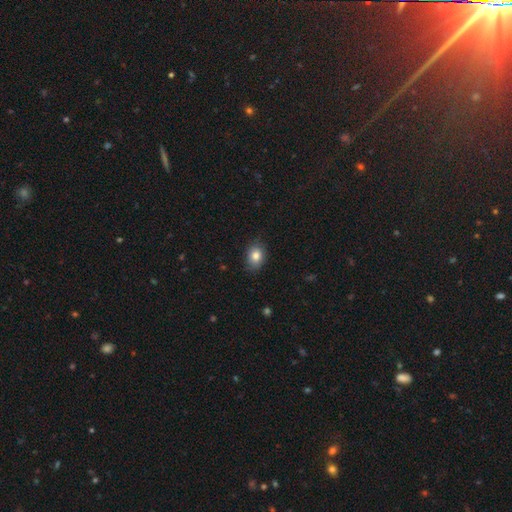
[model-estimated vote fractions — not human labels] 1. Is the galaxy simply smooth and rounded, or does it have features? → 82% smooth, 9% star or artifact, 9% featured or disk.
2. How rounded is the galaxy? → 61% in between, 38% round, 1% cigar-shaped.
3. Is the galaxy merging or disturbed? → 80% none, 17% minor disturbance, 3% major disturbance, 1% merger.